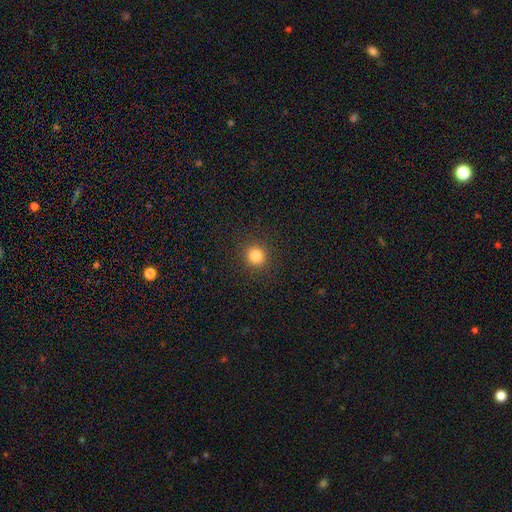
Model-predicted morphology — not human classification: A smooth galaxy with no disk features (82%) that is round (93%). Merging: none (91%).